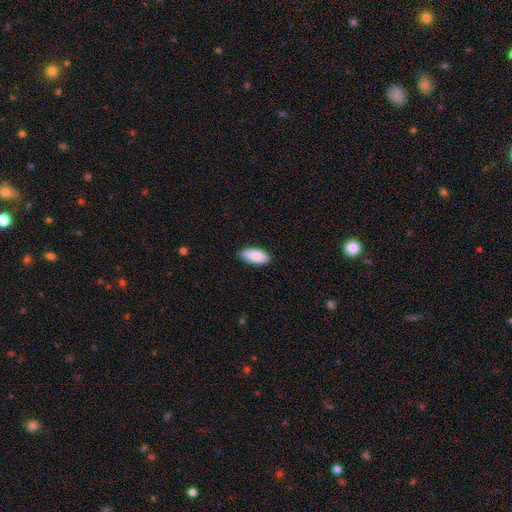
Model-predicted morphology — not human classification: Q: Smooth or featured?
A: smooth (85%); runner-up: featured or disk (8%)
Q: How rounded?
A: in between (90%); runner-up: cigar-shaped (8%)
Q: Merging?
A: none (81%); runner-up: minor disturbance (16%)